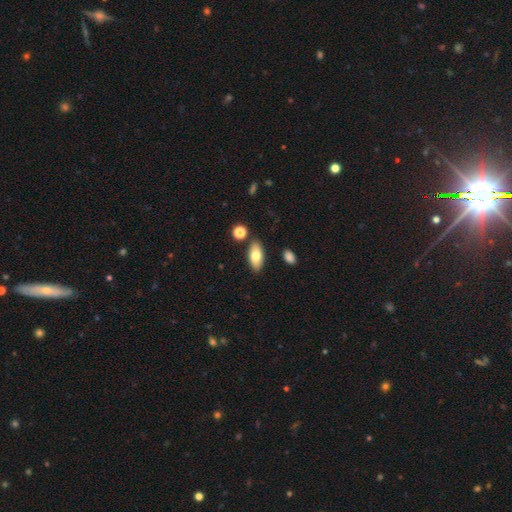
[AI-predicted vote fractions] Smooth or featured? Predicted: smooth (p=0.76). How rounded? Predicted: in between (p=0.88). Merging? Predicted: none (p=0.83).